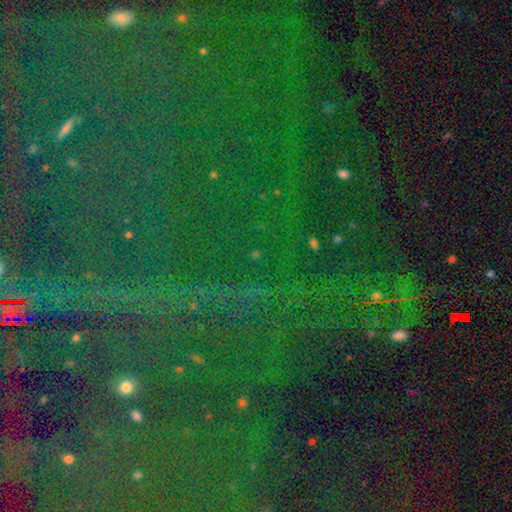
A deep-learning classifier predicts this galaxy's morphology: smooth_or_featured: star or artifact (p=0.87) [alt: featured or disk p=0.07]